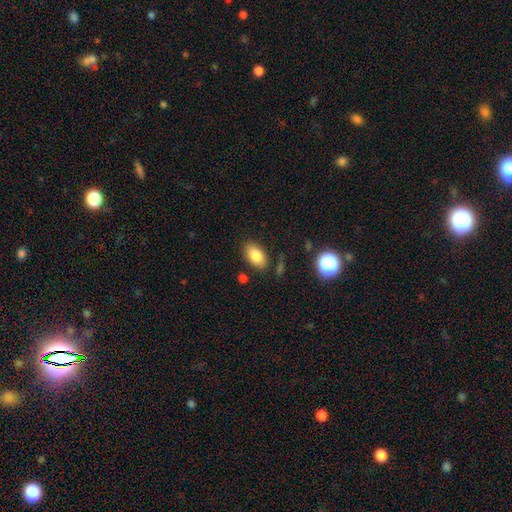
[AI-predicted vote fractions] smooth 83%, star or artifact 9%, featured or disk 8%. Down the decision tree: how rounded — in between (91%); merging — none (83%).